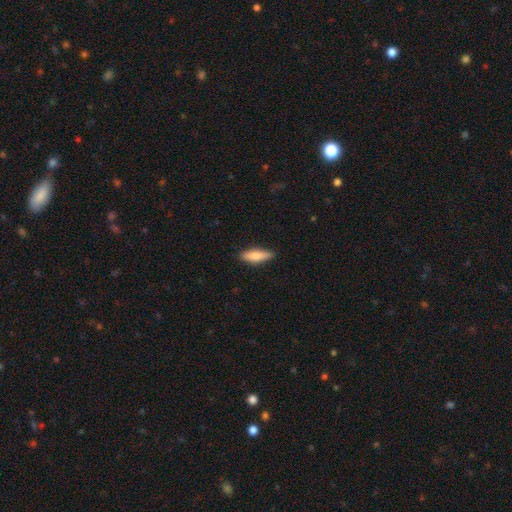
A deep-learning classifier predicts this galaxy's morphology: A smooth galaxy with no disk features (80%) that is cigar-shaped (50%). Merging: none (84%).